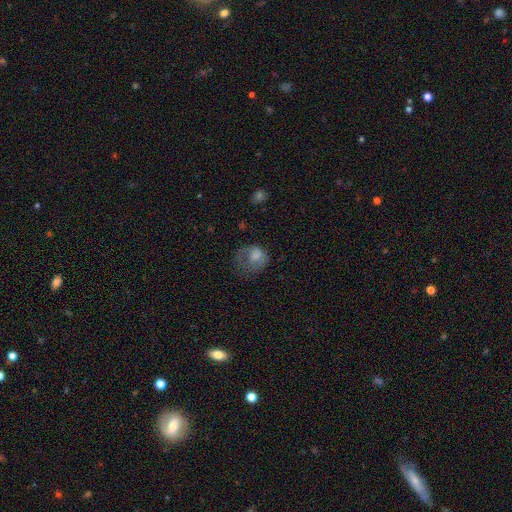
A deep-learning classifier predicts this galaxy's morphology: This appears to be a smooth galaxy with no disk features (69%) that is round (57%). Merging: major disturbance (44%).